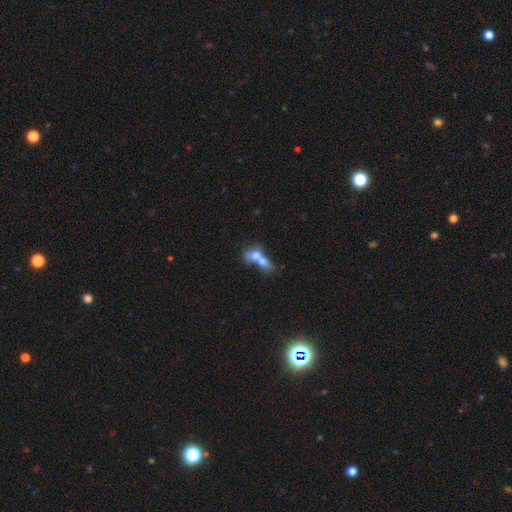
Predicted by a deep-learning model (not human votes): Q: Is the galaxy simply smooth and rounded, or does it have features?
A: smooth — 68%.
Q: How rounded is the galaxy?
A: in between — 65%.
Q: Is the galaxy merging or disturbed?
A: merger — 76%.